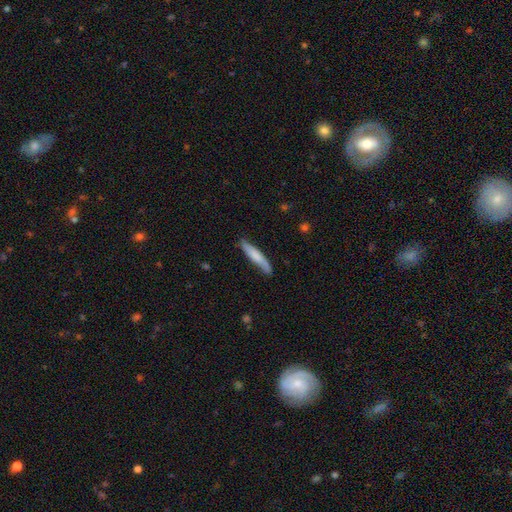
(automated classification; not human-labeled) Smooth or featured? Predicted: smooth (p=0.68). How rounded? Predicted: cigar-shaped (p=0.89). Merging? Predicted: none (p=0.77).